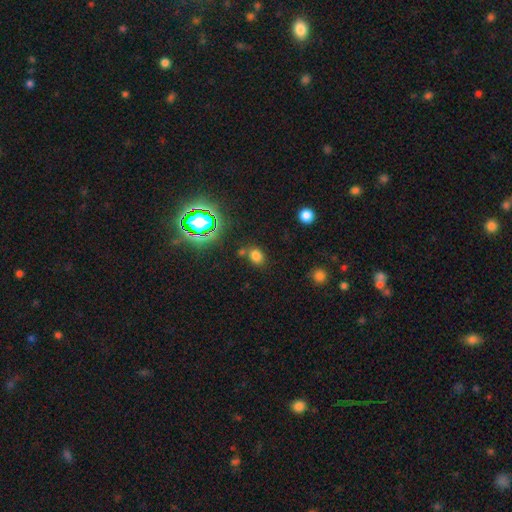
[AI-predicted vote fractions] Q: Smooth or featured?
A: smooth (71%); runner-up: star or artifact (22%)
Q: How rounded?
A: round (49%); tied with: in between (49%)
Q: Merging?
A: none (71%); runner-up: minor disturbance (13%)